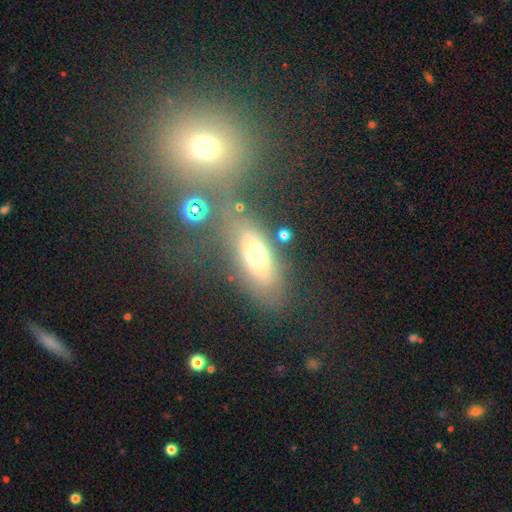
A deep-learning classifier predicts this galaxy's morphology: smooth_or_featured: smooth (p=0.57) [alt: featured or disk p=0.31]
how_rounded: in between (p=0.76) [alt: cigar-shaped p=0.17]
merging: none (p=0.61) [alt: minor disturbance p=0.17]